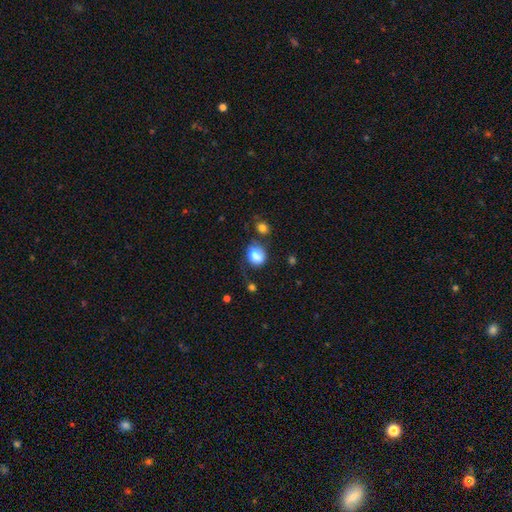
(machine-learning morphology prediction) This is likely a smooth galaxy (79%). How rounded: possibly in between (53%). Merging: possibly none (48%).